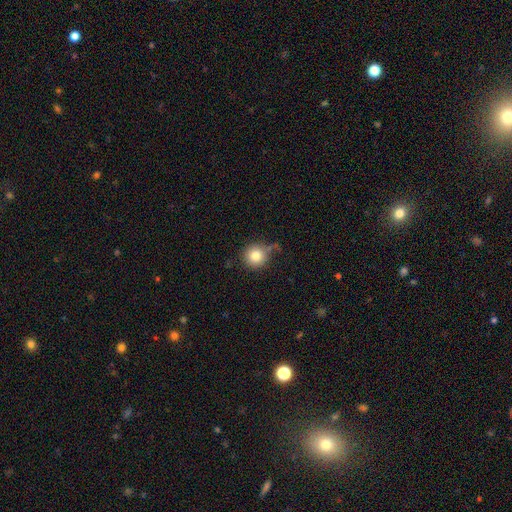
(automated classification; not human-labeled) A smooth galaxy with no disk features (82%) that is round (94%). Merging: none (69%).